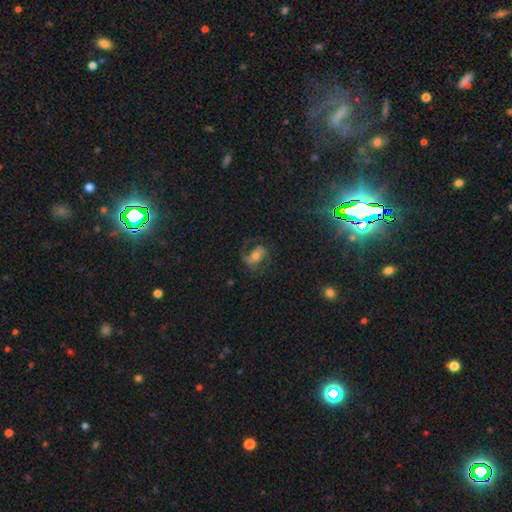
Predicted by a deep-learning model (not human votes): Smooth or featured? Predicted: featured or disk (p=0.66). Edge-on disk? Predicted: no (p=0.96). Bar? Predicted: weak (p=0.36). Spiral arms? Predicted: yes (p=0.88). Spiral winding? Predicted: medium (p=0.48). Spiral arm count? Predicted: 2 (p=0.77). Bulge size? Predicted: moderate (p=0.60). Merging? Predicted: none (p=0.61).